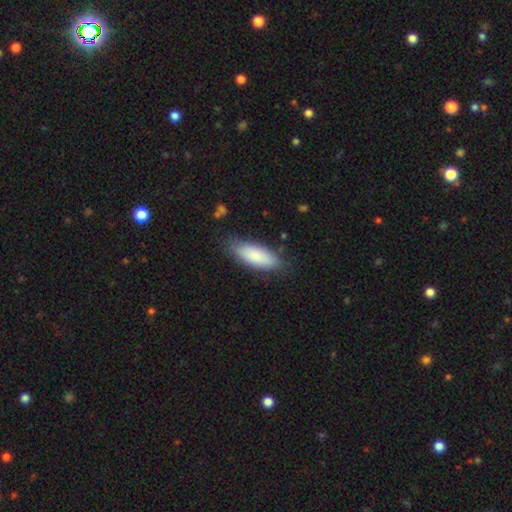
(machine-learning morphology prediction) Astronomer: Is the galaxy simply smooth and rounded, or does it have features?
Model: smooth — 85%.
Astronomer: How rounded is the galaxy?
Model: in between — 69%.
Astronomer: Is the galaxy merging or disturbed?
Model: none — 77%.